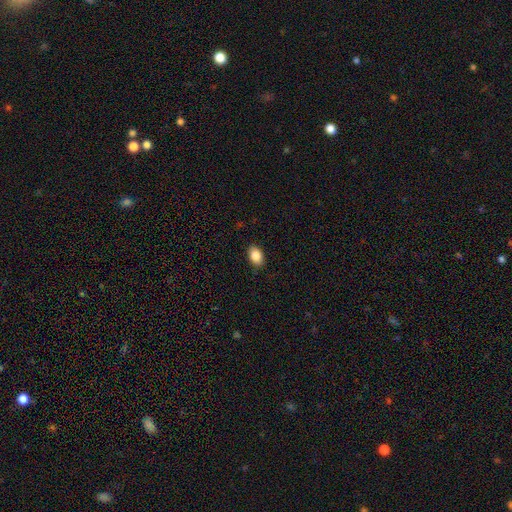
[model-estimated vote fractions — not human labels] Smooth or featured?
  - smooth: 86% *
  - star or artifact: 8%
  - featured or disk: 6%
How rounded?
  - in between: 86% *
  - round: 13%
  - cigar-shaped: 1%
Merging?
  - none: 88% *
  - minor disturbance: 9%
  - major disturbance: 2%
  - merger: 1%